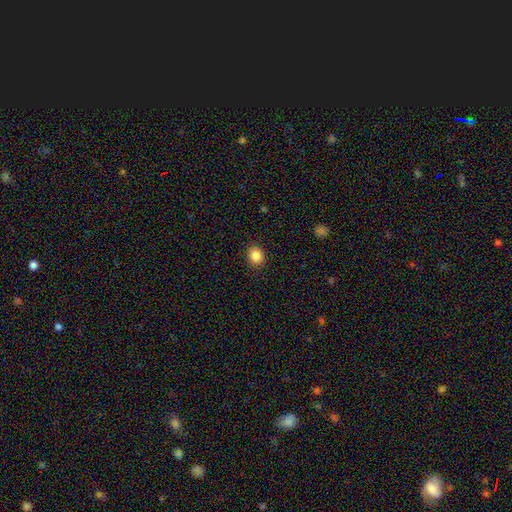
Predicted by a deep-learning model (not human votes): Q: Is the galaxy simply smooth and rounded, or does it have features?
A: smooth — 86%.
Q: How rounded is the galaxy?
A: round — 64%.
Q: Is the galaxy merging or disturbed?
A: none — 90%.